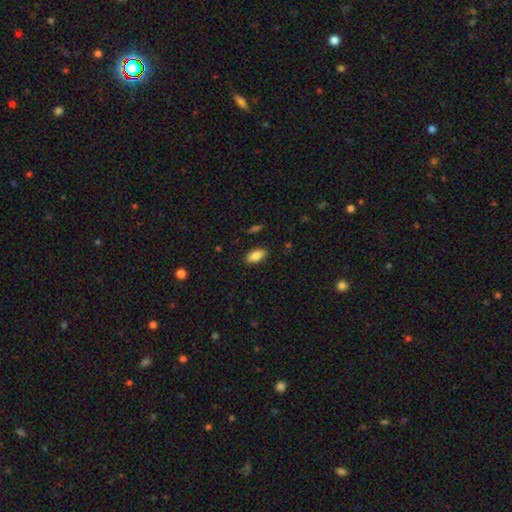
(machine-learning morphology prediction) Q: Smooth or featured?
A: smooth (85%); runner-up: featured or disk (8%)
Q: How rounded?
A: in between (86%); runner-up: cigar-shaped (12%)
Q: Merging?
A: none (87%); runner-up: minor disturbance (10%)